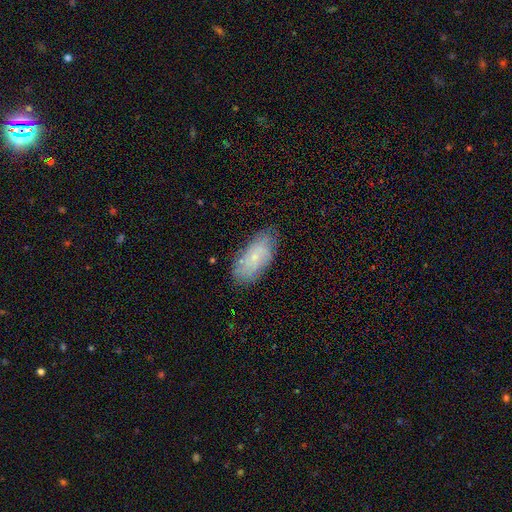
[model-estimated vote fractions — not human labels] A smooth galaxy with no disk features (54%) that is in between round and cigar-shaped (90%). Merging: none (75%).